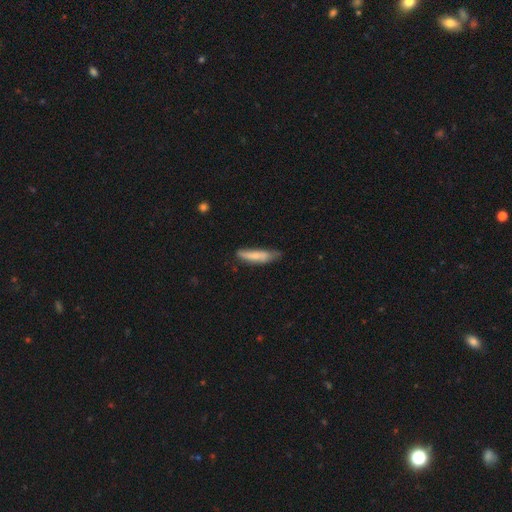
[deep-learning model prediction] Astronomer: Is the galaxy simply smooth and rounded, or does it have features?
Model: smooth — 71%.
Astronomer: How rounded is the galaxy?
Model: cigar-shaped — 73%.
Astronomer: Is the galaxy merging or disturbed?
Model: none — 51% (runner-up: minor disturbance, 36%).